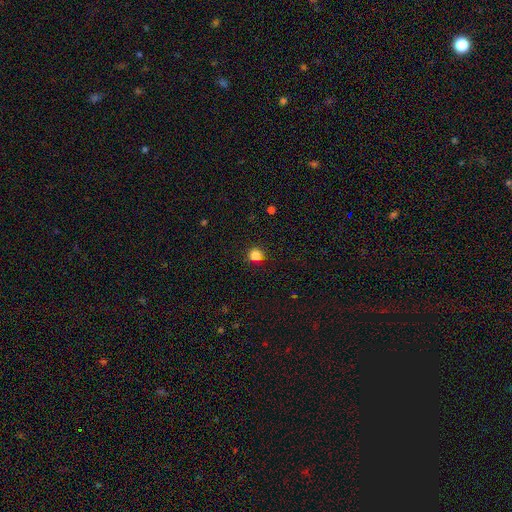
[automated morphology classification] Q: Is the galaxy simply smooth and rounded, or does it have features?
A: smooth — 83%.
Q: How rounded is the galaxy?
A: round — 87%.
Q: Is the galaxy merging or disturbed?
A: none — 86%.